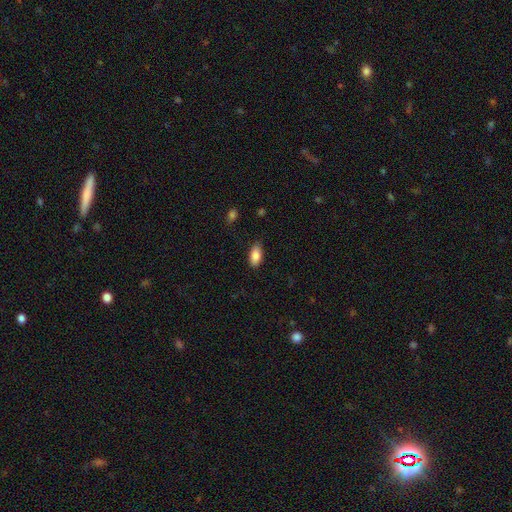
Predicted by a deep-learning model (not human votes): The model was most divided on "merging": none: 82%, minor disturbance: 14%, major disturbance: 3%, merger: 1%. More confident: how rounded — in between (89%); smooth or featured — smooth (85%).